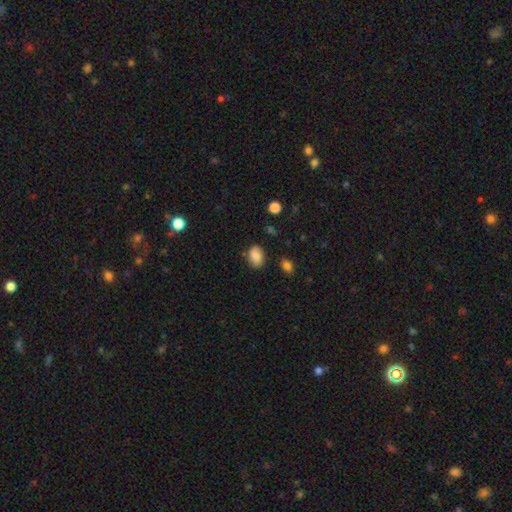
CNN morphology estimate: Smooth or featured: smooth — 70% (featured or disk — 20%)
How rounded: in between — 76% (round — 22%)
Merging: none — 75% (minor disturbance — 18%)